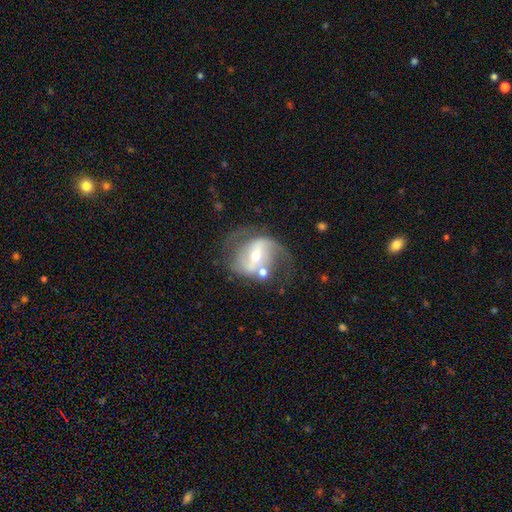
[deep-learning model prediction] Overall: featured or disk (82%). Edge-on disk: no (96%). Bar: strong (50%; weak 34%). Spiral arms: yes (89%). Spiral arm count: 2 (86%). Spiral winding: loose (45%; medium 43%). Bulge size: moderate (52%; small 42%). Merging: none (55%; minor disturbance 17%).